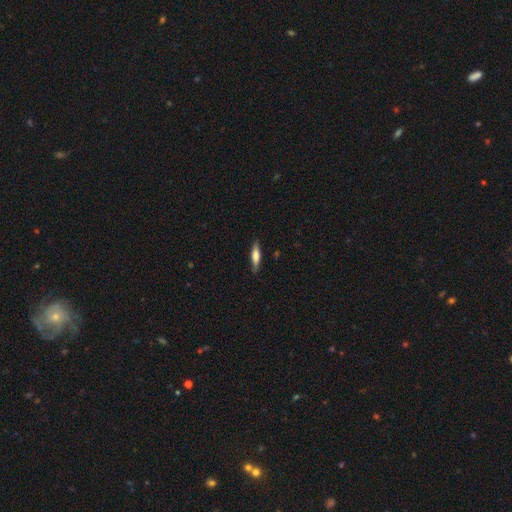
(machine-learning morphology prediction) Q: Smooth or featured?
A: smooth (56%); runner-up: featured or disk (38%)
Q: How rounded?
A: cigar-shaped (77%); runner-up: in between (21%)
Q: Merging?
A: none (84%); runner-up: minor disturbance (12%)